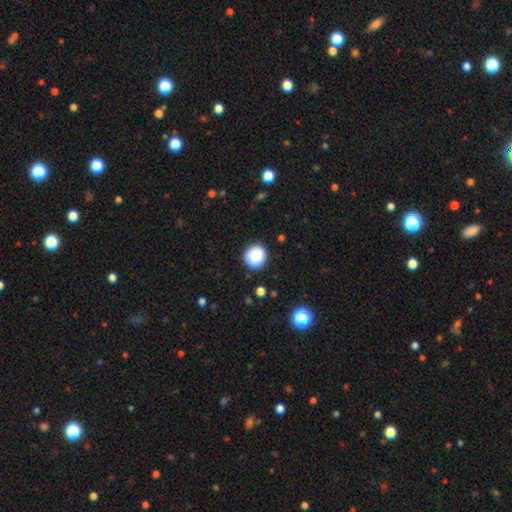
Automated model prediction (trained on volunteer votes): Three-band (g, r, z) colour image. It shows a smooth galaxy with no disk features (86%) that is round (87%). Merging: none (87%).